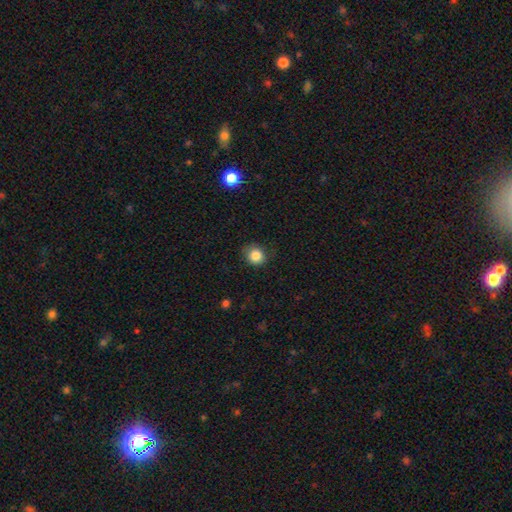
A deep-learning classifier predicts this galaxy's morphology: smooth_or_featured: smooth (p=0.84) [alt: star or artifact p=0.11]
how_rounded: round (p=0.84) [alt: in between p=0.15]
merging: none (p=0.80) [alt: minor disturbance p=0.15]